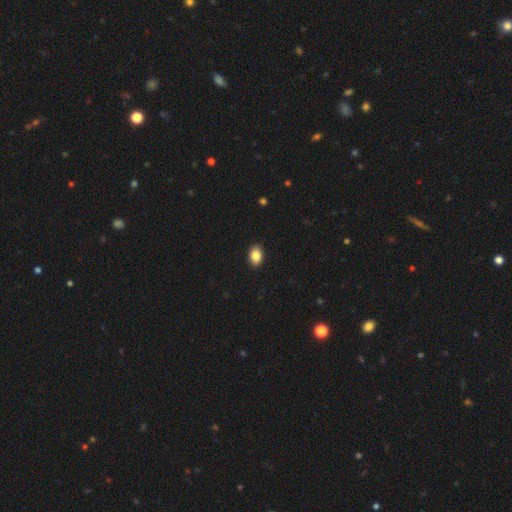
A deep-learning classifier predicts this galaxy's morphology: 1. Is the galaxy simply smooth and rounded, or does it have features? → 86% smooth, 8% star or artifact, 6% featured or disk.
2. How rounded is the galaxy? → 84% in between, 15% round, 1% cigar-shaped.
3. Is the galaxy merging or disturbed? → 91% none, 7% minor disturbance, 2% major disturbance, 1% merger.